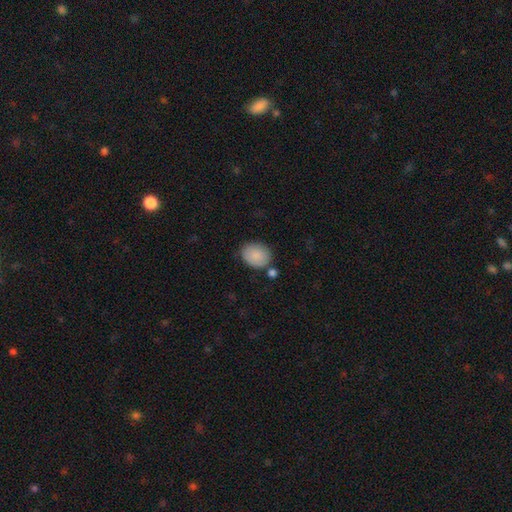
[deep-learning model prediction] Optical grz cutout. It shows a smooth galaxy with no disk features (87%) that is round (52%). Merging: none (73%).